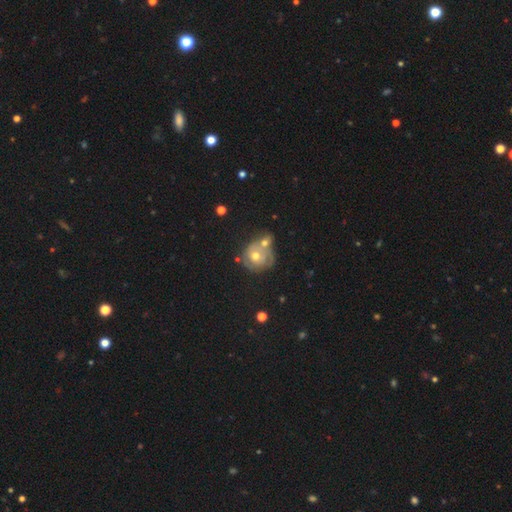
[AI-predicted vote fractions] A featured or disk galaxy (50%). Merging: merger (41%).